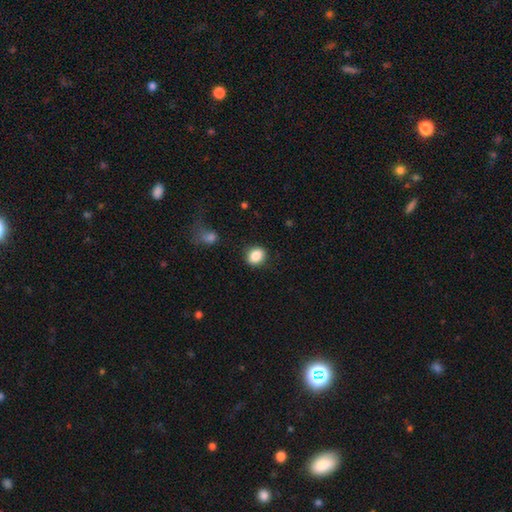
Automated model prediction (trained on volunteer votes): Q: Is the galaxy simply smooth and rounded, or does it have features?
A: smooth — 86%.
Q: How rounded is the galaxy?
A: round — 57%.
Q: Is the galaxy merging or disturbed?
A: none — 87%.